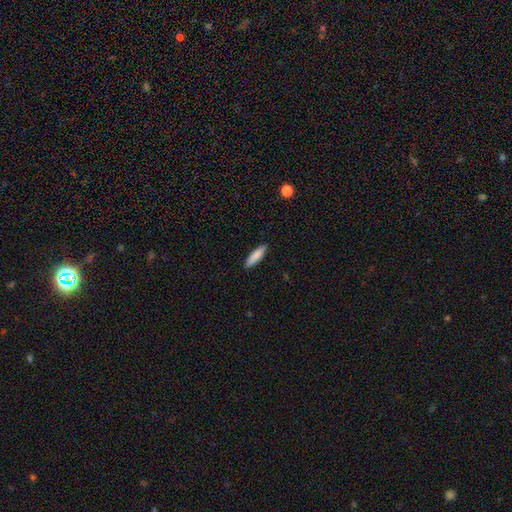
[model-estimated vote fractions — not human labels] smooth-or-featured: smooth: 86% | featured or disk: 8% | star or artifact: 6%
  how-rounded: cigar-shaped: 69% | in between: 30% | round: 1%
  merging: none: 89% | minor disturbance: 8% | major disturbance: 2% | merger: 1%